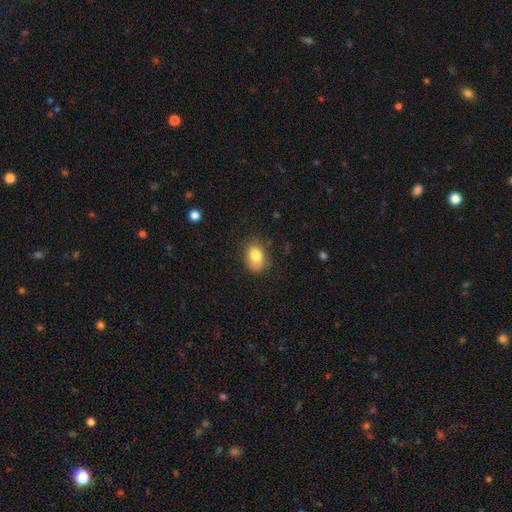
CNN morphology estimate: Overall: smooth (80%). How rounded: in between (69%; round 29%). Merging: none (68%).